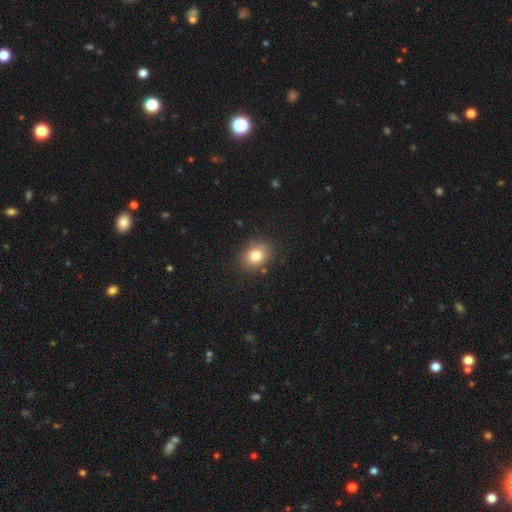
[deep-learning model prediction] Overall: smooth (80%). How rounded: round (55%; in between 44%). Merging: none (81%).